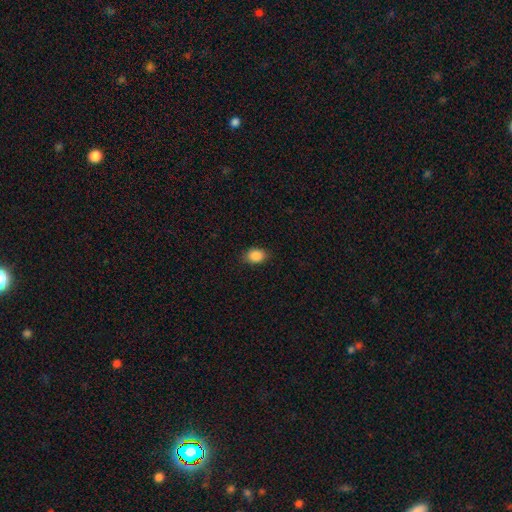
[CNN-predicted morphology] smooth_or_featured: smooth (p=0.88) [alt: star or artifact p=0.08]
how_rounded: in between (p=0.69) [alt: round p=0.29]
merging: none (p=0.85) [alt: minor disturbance p=0.12]